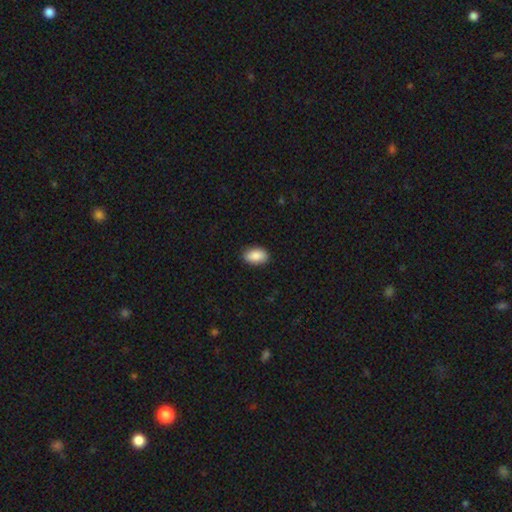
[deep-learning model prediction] Q: Smooth or featured?
A: smooth (89%); runner-up: star or artifact (7%)
Q: How rounded?
A: in between (92%); runner-up: round (6%)
Q: Merging?
A: none (89%); runner-up: minor disturbance (8%)